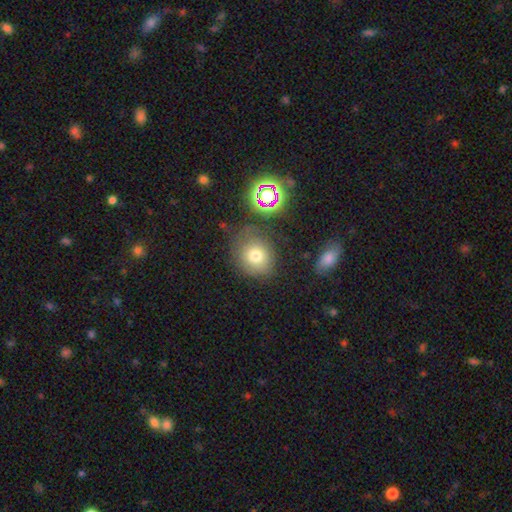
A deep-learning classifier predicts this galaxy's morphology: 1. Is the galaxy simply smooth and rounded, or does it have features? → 70% smooth, 17% star or artifact, 13% featured or disk.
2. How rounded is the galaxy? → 78% round, 21% in between, 1% cigar-shaped.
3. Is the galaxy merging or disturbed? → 69% none, 18% minor disturbance, 8% major disturbance, 5% merger.